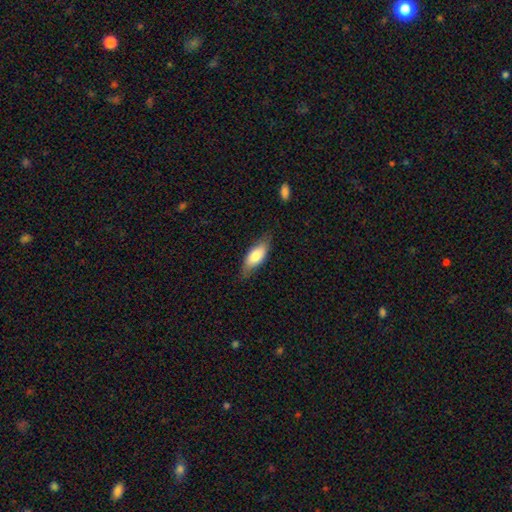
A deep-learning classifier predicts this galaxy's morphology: smooth_or_featured: smooth (p=0.75) [alt: featured or disk p=0.19]
how_rounded: in between (p=0.73) [alt: cigar-shaped p=0.25]
merging: none (p=0.77) [alt: minor disturbance p=0.18]